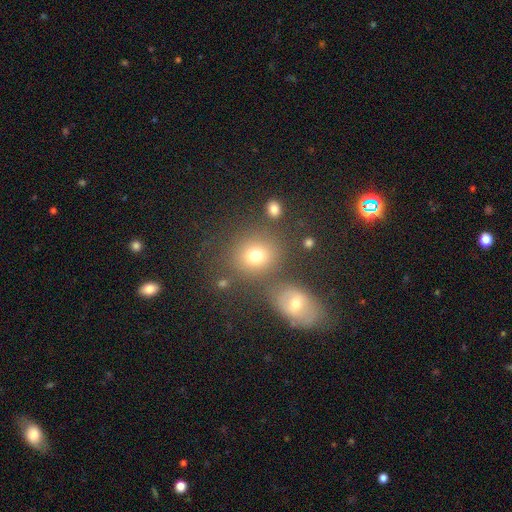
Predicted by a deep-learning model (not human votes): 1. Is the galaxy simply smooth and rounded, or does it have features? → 74% smooth, 14% star or artifact, 11% featured or disk.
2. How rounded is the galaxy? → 74% round, 25% in between, 1% cigar-shaped.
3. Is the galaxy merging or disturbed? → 69% none, 15% merger, 11% minor disturbance, 5% major disturbance.